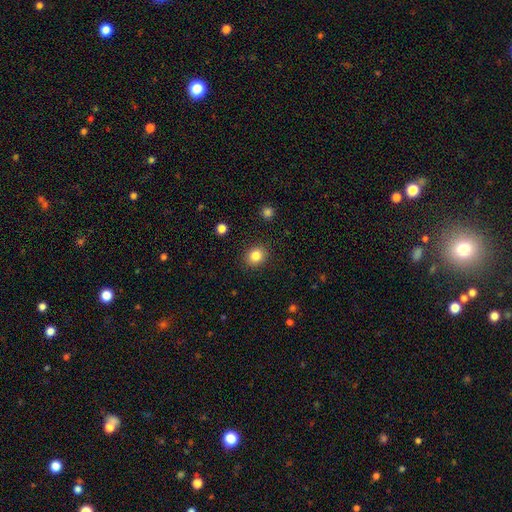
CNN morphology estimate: Smooth or featured? smooth (85%)
How rounded? round (68%)
Merging? none (89%)